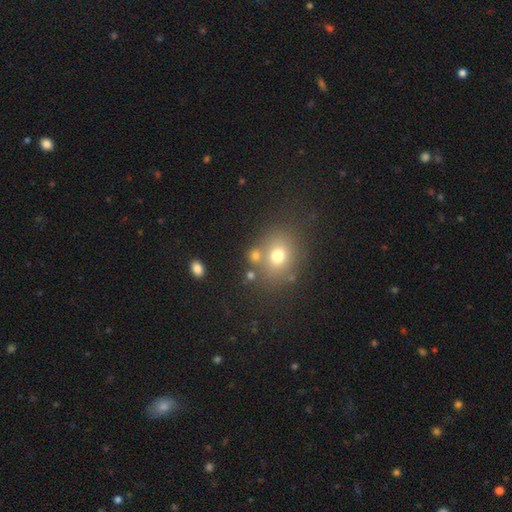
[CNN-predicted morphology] Q: Smooth or featured?
A: smooth (70%); runner-up: star or artifact (17%)
Q: How rounded?
A: round (65%); runner-up: in between (34%)
Q: Merging?
A: none (68%); runner-up: merger (16%)